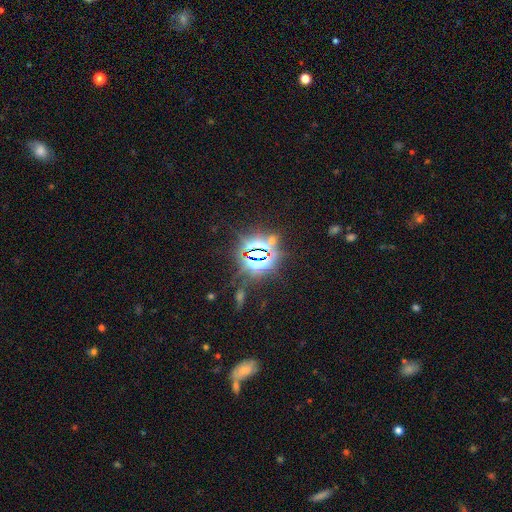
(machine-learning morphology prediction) smooth-or-featured: star or artifact: 82% | smooth: 10% | featured or disk: 8%